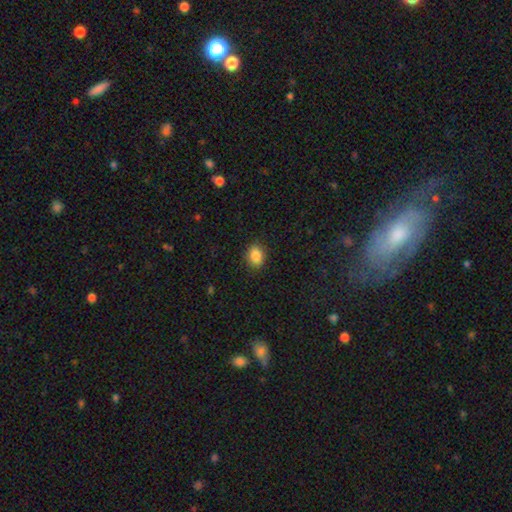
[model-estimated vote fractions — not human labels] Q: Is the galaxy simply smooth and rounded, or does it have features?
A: smooth — 87%.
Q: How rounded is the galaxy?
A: in between — 64%.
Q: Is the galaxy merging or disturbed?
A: none — 88%.